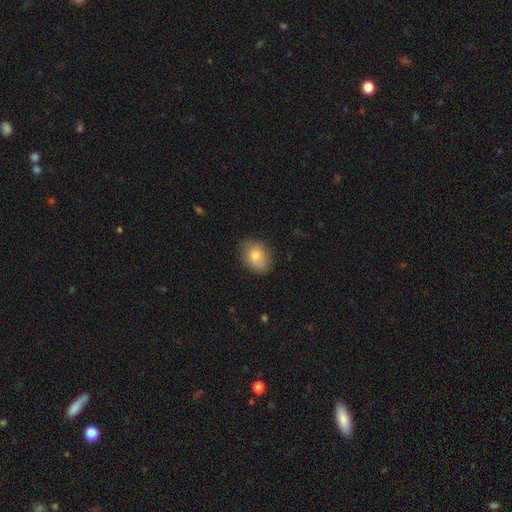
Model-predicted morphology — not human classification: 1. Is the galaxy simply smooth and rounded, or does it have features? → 81% smooth, 11% featured or disk, 9% star or artifact.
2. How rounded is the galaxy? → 60% in between, 39% round, 1% cigar-shaped.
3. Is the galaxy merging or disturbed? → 81% none, 15% minor disturbance, 3% major disturbance, 1% merger.